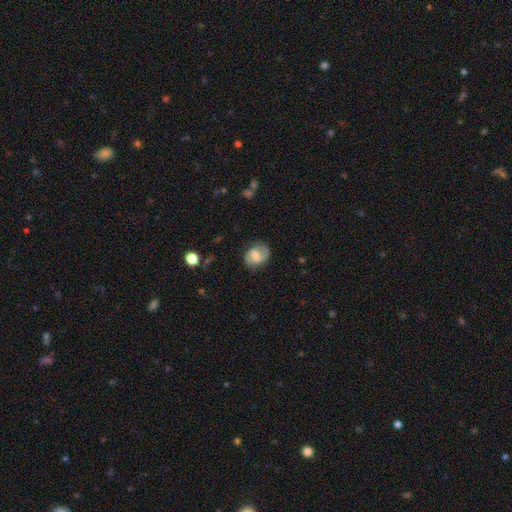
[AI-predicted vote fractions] Morphology: type=featured or disk (65%); edge-on=no (97%); bar=weak (52%); spiral arms=yes (89%); winding=medium (46%); arm count=2 (84%); bulge=moderate (39%); merging=none (74%).